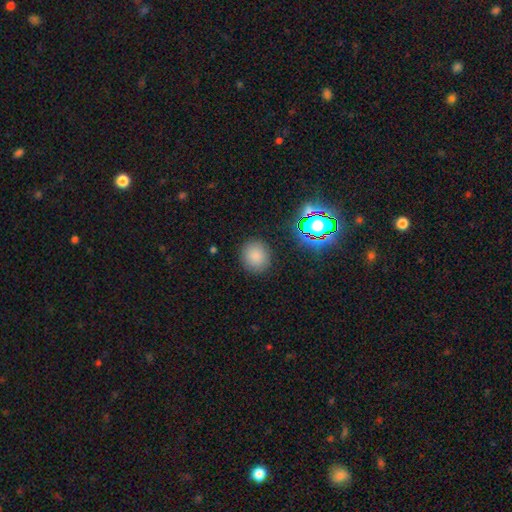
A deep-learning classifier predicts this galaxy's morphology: Overall: smooth (81%). How rounded: round (83%). Merging: none (88%).